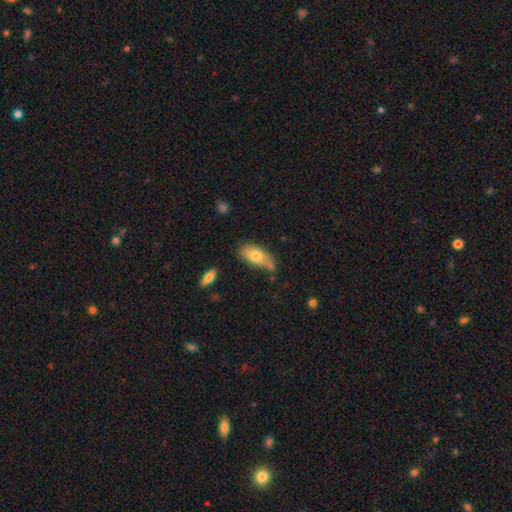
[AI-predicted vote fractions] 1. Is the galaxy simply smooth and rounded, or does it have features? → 75% smooth, 18% featured or disk, 7% star or artifact.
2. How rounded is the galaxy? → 89% in between, 7% cigar-shaped, 4% round.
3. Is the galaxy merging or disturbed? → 55% none, 28% minor disturbance, 11% merger, 7% major disturbance.